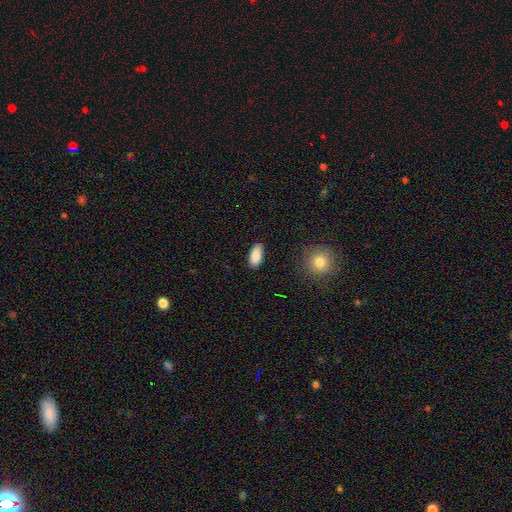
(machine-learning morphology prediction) A smooth galaxy with no disk features (89%) that is in between round and cigar-shaped (90%).

Vote fractions:
- Smooth or featured? smooth: 89% / star or artifact: 7% / featured or disk: 4%
- How rounded? in between: 90% / cigar-shaped: 8% / round: 2%
- Merging? none: 87% / minor disturbance: 10% / major disturbance: 2% / merger: 1%